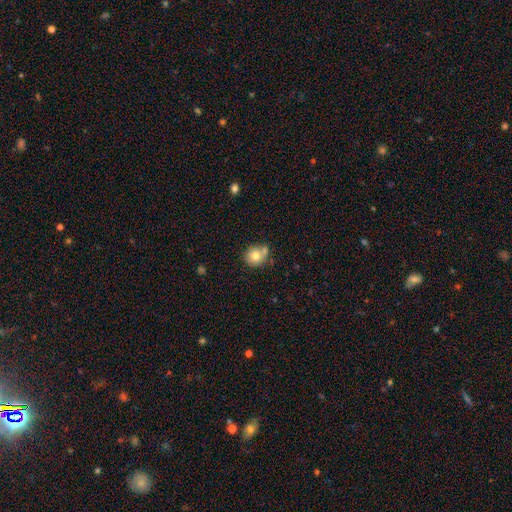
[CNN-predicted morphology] This appears to be a smooth galaxy with no disk features (76%) that is round (82%). Merging: none (57%).